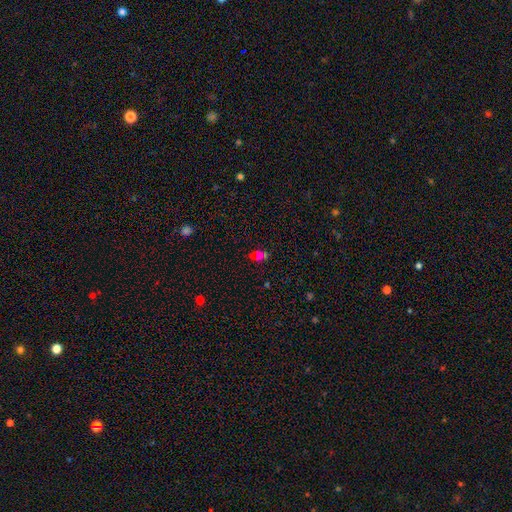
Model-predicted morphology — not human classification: This is possibly a smooth galaxy (56%). How rounded: possibly in between (49%). Merging: possibly none (56%).